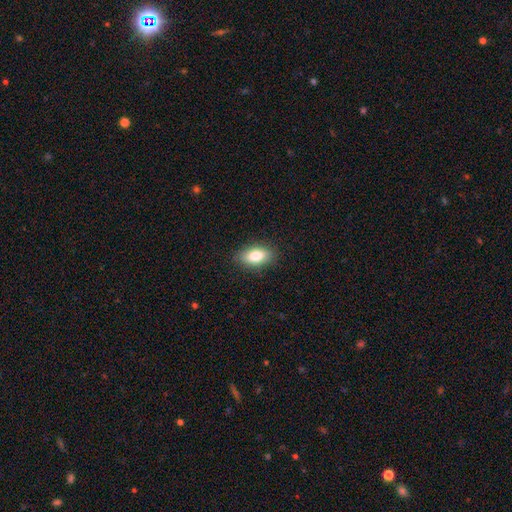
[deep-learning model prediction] smooth-or-featured: smooth: 81% | featured or disk: 11% | star or artifact: 7%
  how-rounded: in between: 89% | cigar-shaped: 6% | round: 5%
  merging: none: 87% | minor disturbance: 10% | major disturbance: 2% | merger: 1%